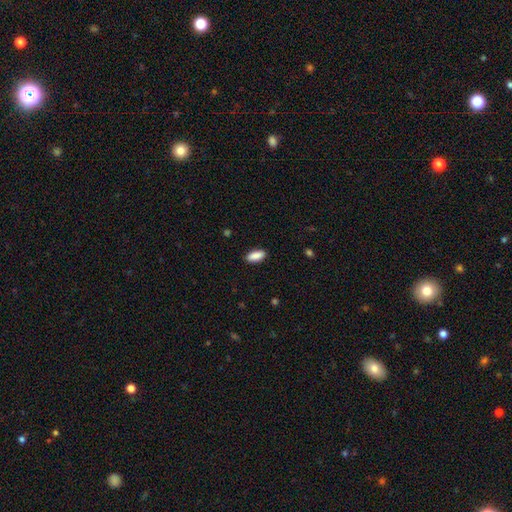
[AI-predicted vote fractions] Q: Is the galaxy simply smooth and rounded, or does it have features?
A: smooth — 89%.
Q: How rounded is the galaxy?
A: in between — 80%.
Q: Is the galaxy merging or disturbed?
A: none — 89%.